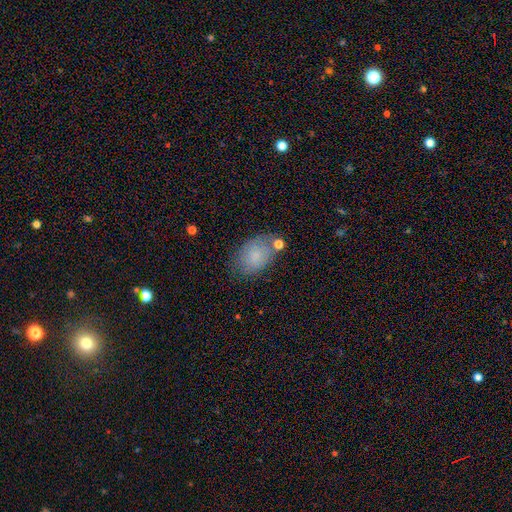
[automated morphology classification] This is likely a smooth galaxy (78%). How rounded: clearly in between (86%). Merging: likely none (64%).